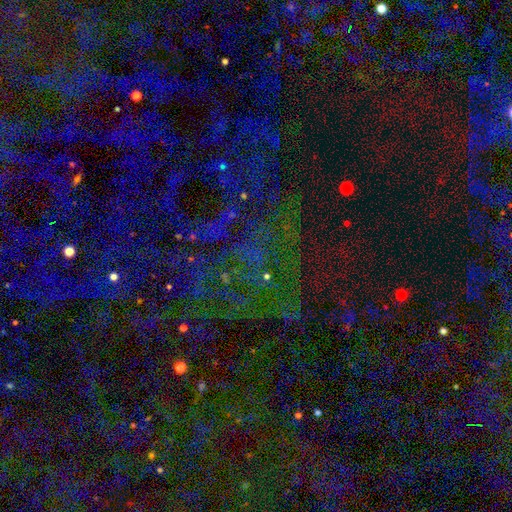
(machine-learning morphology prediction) Q: Smooth or featured?
A: star or artifact (79%); runner-up: smooth (13%)